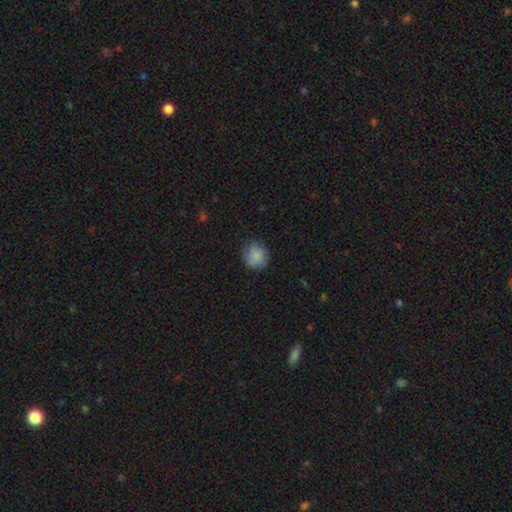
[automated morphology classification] A smooth galaxy with no disk features (86%) that is round (87%). Merging: none (81%).